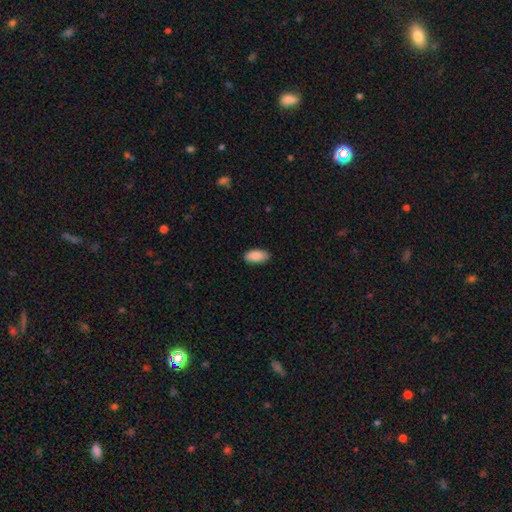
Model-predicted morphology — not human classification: Overall: smooth (90%). How rounded: in between (93%). Merging: none (88%).